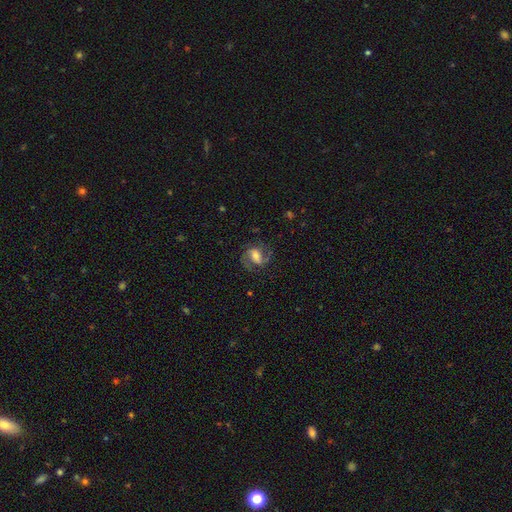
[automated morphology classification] This appears to be a featured or disk galaxy (76%) with a weak bar (45%), 2 (86%) medium (54%) spiral arms (95%) and a moderate central bulge (50%). Merging: none (70%).